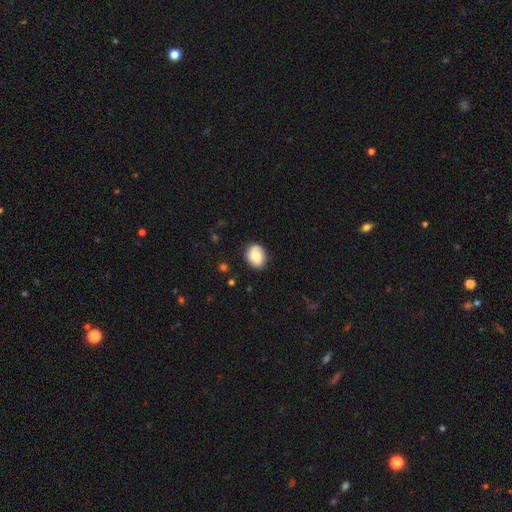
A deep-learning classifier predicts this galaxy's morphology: smooth_or_featured: smooth (p=0.64) [alt: featured or disk p=0.28]
how_rounded: in between (p=0.57) [alt: round p=0.42]
merging: none (p=0.79) [alt: minor disturbance p=0.15]